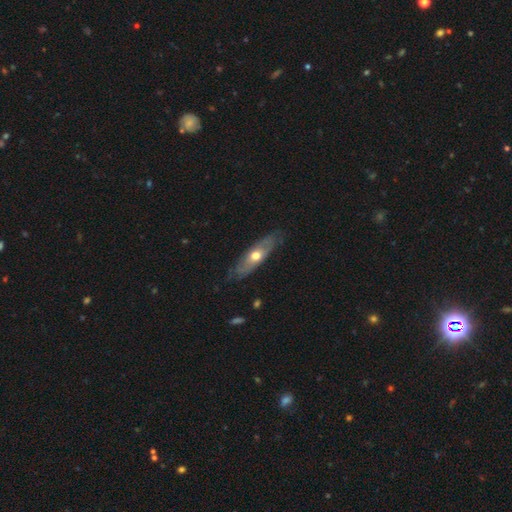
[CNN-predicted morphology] Smooth or featured? featured or disk (53%)
Edge-on disk? no (57%)
Merging? none (74%)